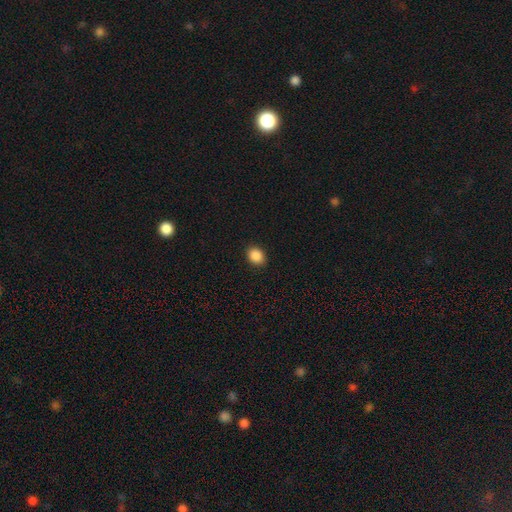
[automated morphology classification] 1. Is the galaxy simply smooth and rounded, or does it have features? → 88% smooth, 9% star or artifact, 3% featured or disk.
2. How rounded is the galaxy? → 50% in between, 49% round, 1% cigar-shaped.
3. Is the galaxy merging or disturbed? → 91% none, 6% minor disturbance, 2% major disturbance, 1% merger.